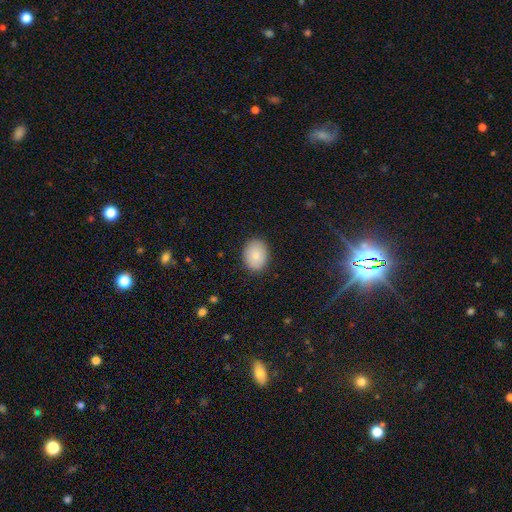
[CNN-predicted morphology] This is clearly a smooth galaxy (85%). How rounded: likely in between (63%). Merging: clearly none (88%).